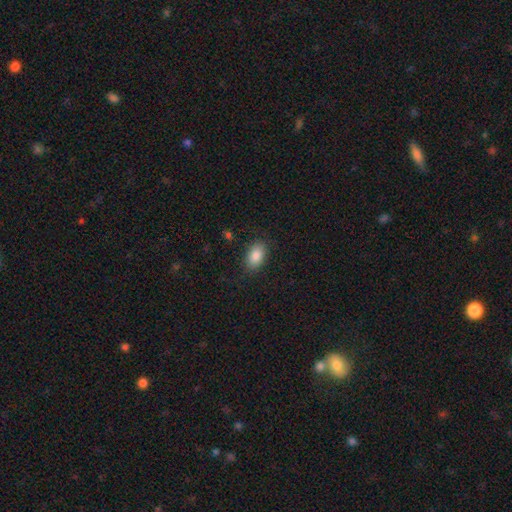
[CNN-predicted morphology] smooth 86%, star or artifact 8%, featured or disk 6%. Down the decision tree: how rounded — in between (90%); merging — none (84%).